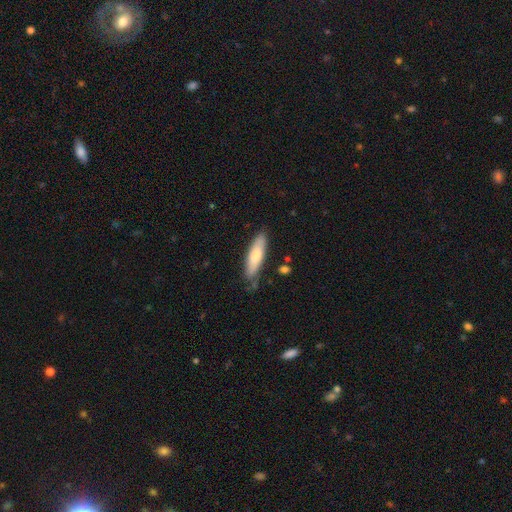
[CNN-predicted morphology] smooth_or_featured: smooth (p=0.72) [alt: featured or disk p=0.23]
how_rounded: cigar-shaped (p=0.63) [alt: in between p=0.36]
merging: none (p=0.78) [alt: minor disturbance p=0.16]